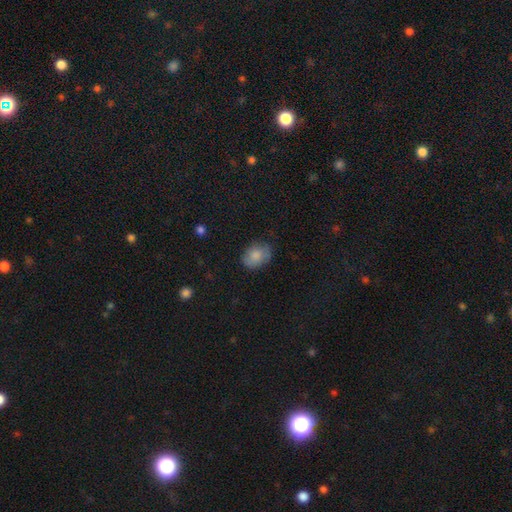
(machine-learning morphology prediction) Overall: smooth (81%). How rounded: in between (69%; round 30%). Merging: none (72%).